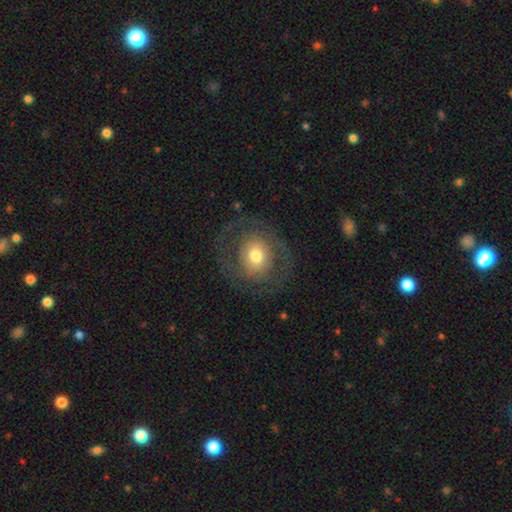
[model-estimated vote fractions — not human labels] This appears to be a featured or disk galaxy (55%) with no bar (74%), spiral arms (63%) and a moderate central bulge (63%). Merging: none (72%).